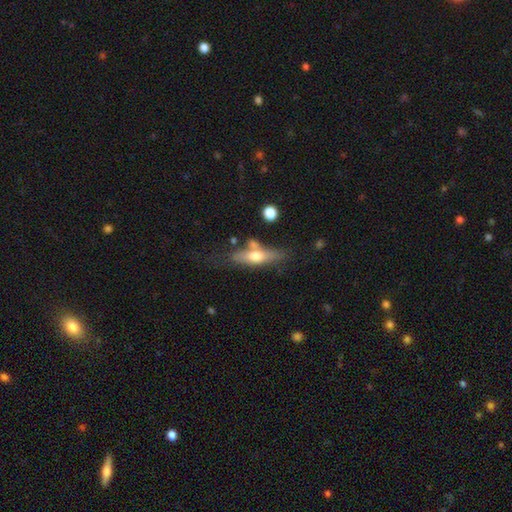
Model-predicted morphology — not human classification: smooth 50%, featured or disk 43%, star or artifact 6%. Down the decision tree: how rounded — cigar-shaped (57%); merging — none (56%).